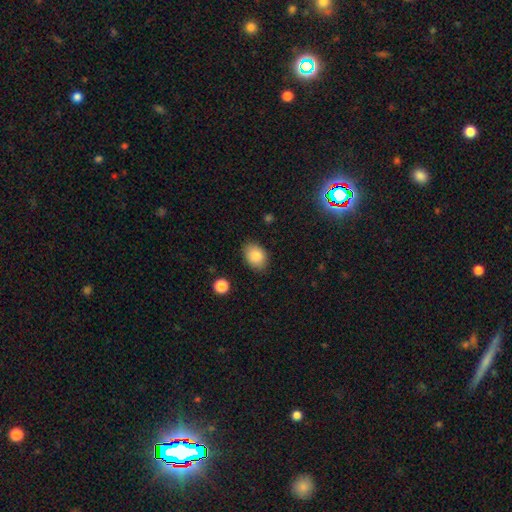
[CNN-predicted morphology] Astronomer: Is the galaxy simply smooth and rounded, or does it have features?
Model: smooth — 85%.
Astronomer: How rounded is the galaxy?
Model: in between — 75%.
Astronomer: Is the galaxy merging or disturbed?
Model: none — 85%.